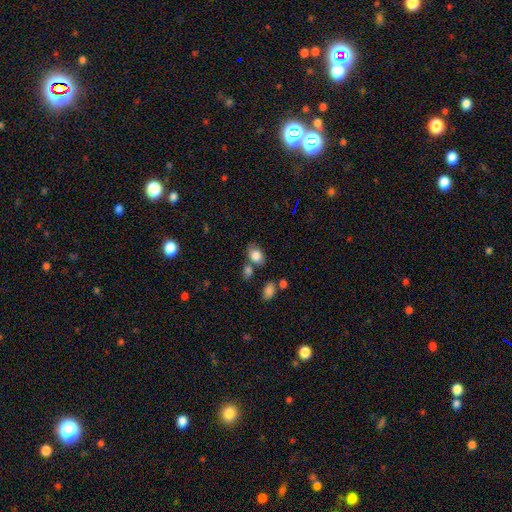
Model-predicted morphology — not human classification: Smooth or featured? Predicted: smooth (p=0.82). How rounded? Predicted: in between (p=0.70). Merging? Predicted: none (p=0.60).